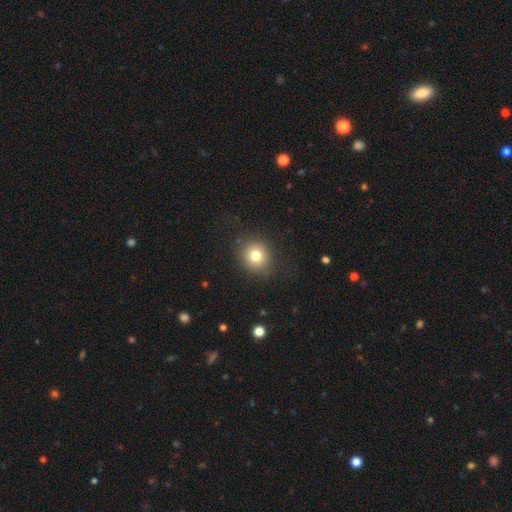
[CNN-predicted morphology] smooth-or-featured: smooth: 79% | star or artifact: 12% | featured or disk: 9%
  how-rounded: round: 86% | in between: 13% | cigar-shaped: 1%
  merging: none: 86% | minor disturbance: 9% | major disturbance: 4% | merger: 1%